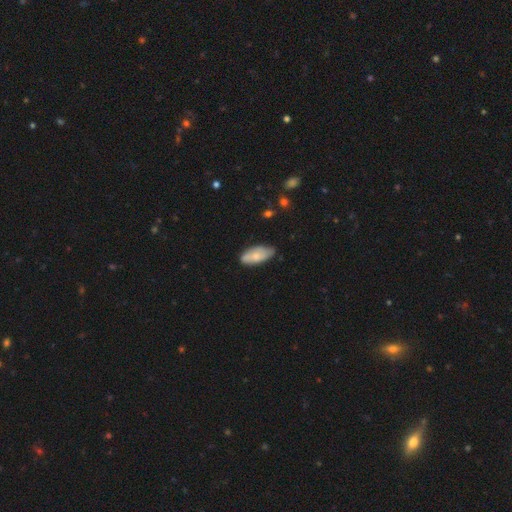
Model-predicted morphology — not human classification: Smooth or featured?
  - smooth: 66% *
  - featured or disk: 28%
  - star or artifact: 6%
How rounded?
  - in between: 88% *
  - cigar-shaped: 10%
  - round: 2%
Merging?
  - none: 64% *
  - minor disturbance: 29%
  - major disturbance: 5%
  - merger: 2%